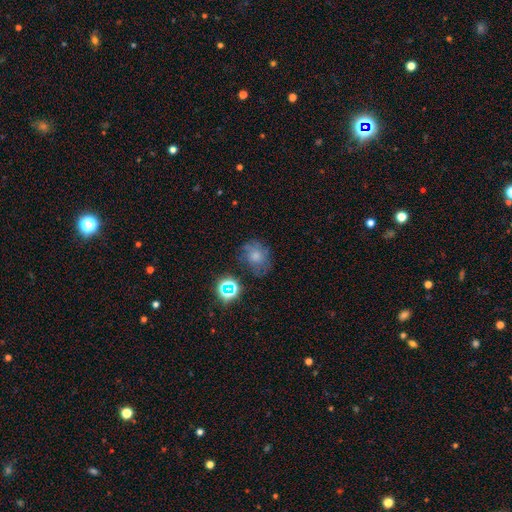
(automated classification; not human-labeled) This appears to be a smooth galaxy with no disk features (58%) that is round (58%). Merging: none (58%).